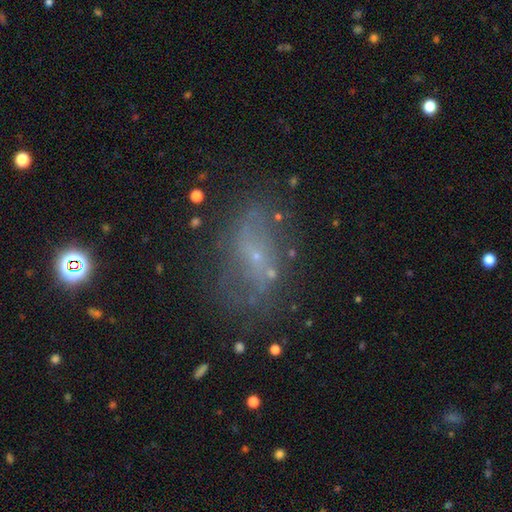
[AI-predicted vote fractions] Smooth or featured: featured or disk — 55% (smooth — 27%)
Edge-on disk: no — 92% (yes — 8%)
Bar: no — 64% (weak — 27%)
Spiral arms: yes — 53% (no — 47%)
Bulge size: small — 73% (none — 15%)
Merging: none — 60% (minor disturbance — 21%)